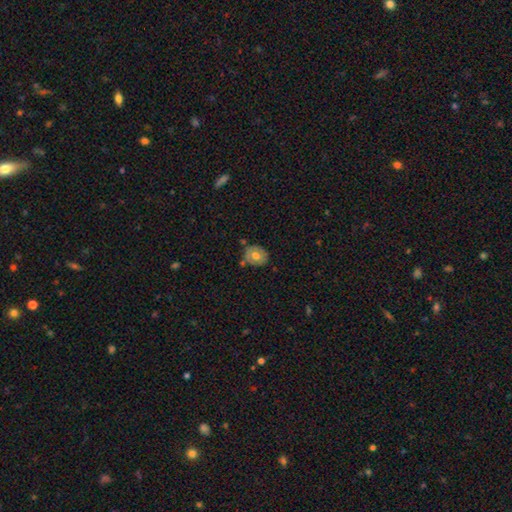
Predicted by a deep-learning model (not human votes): Smooth or featured: smooth — 61% (featured or disk — 31%)
How rounded: round — 65% (in between — 34%)
Merging: none — 71% (minor disturbance — 18%)